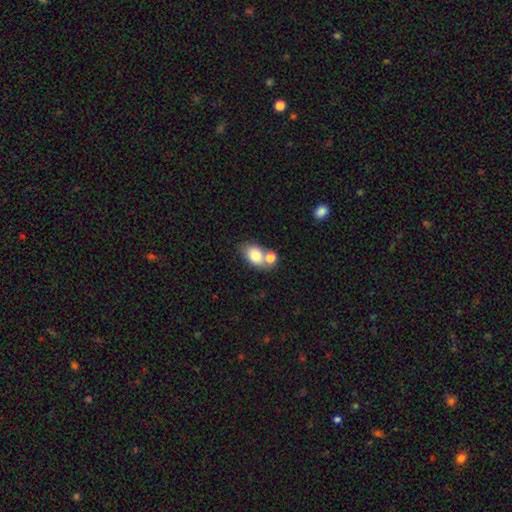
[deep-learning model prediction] A smooth galaxy with no disk features (79%) that is in between round and cigar-shaped (78%). Merging: none (43%).